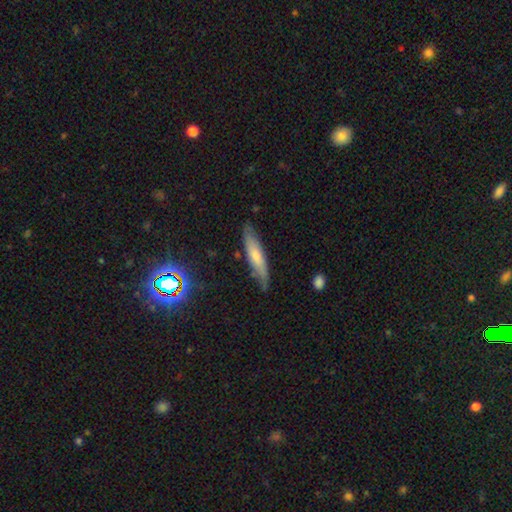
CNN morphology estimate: A smooth galaxy with no disk features (50%) that is cigar-shaped (83%). Merging: none (76%).